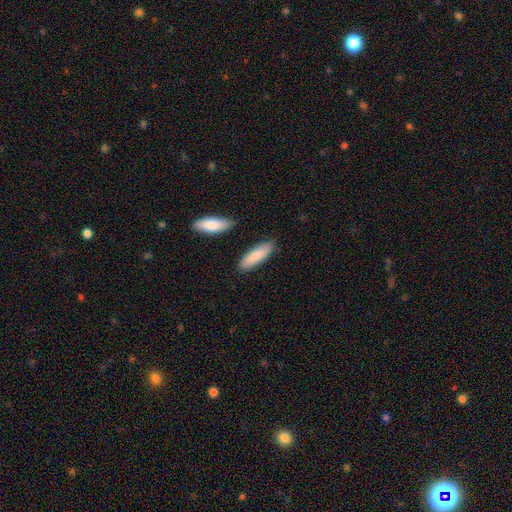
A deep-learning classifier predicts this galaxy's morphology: smooth_or_featured: smooth (p=0.83) [alt: featured or disk p=0.11]
how_rounded: in between (p=0.52) [alt: cigar-shaped p=0.47]
merging: none (p=0.83) [alt: minor disturbance p=0.11]